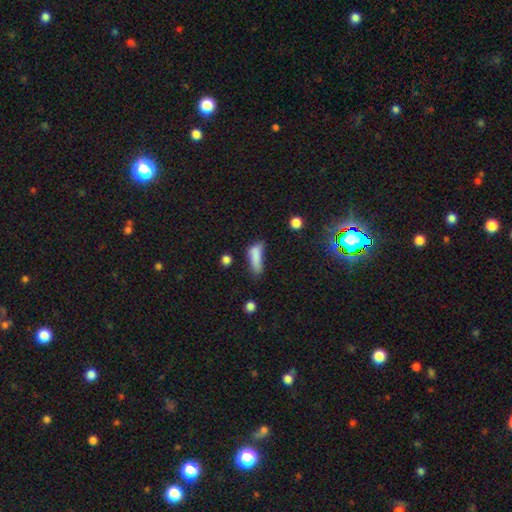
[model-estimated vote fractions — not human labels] smooth_or_featured: smooth (p=0.78) [alt: featured or disk p=0.12]
how_rounded: in between (p=0.51) [alt: cigar-shaped p=0.46]
merging: minor disturbance (p=0.35) [alt: none p=0.34]